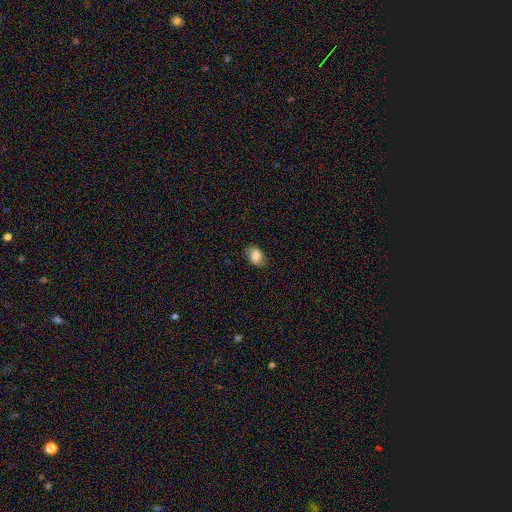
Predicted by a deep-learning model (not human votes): A smooth galaxy with no disk features (73%) that is in between round and cigar-shaped (72%).

Vote fractions:
- Smooth or featured? smooth: 73% / featured or disk: 18% / star or artifact: 9%
- How rounded? in between: 72% / round: 26% / cigar-shaped: 1%
- Merging? none: 77% / minor disturbance: 17% / major disturbance: 4% / merger: 1%